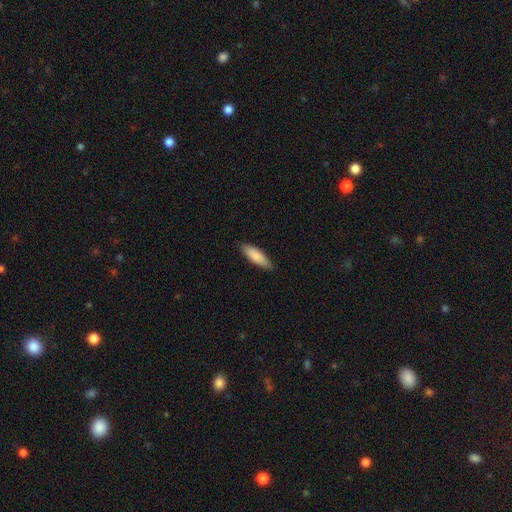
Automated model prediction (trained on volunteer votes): Overall: smooth (85%). How rounded: in between (49%, tied with cigar-shaped). Merging: none (86%).